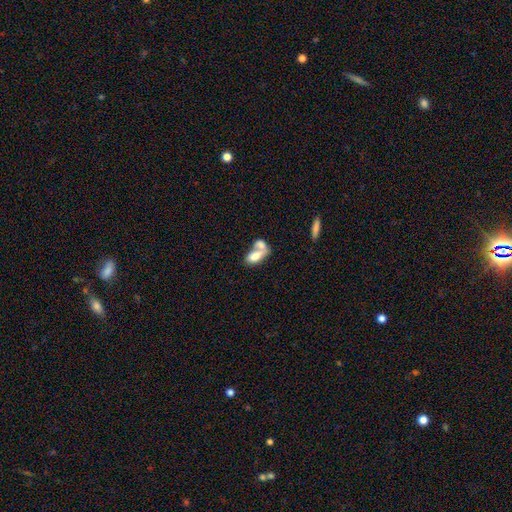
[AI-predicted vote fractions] Smooth or featured: smooth — 72% (featured or disk — 21%)
How rounded: in between — 89% (round — 7%)
Merging: merger — 70% (none — 16%)